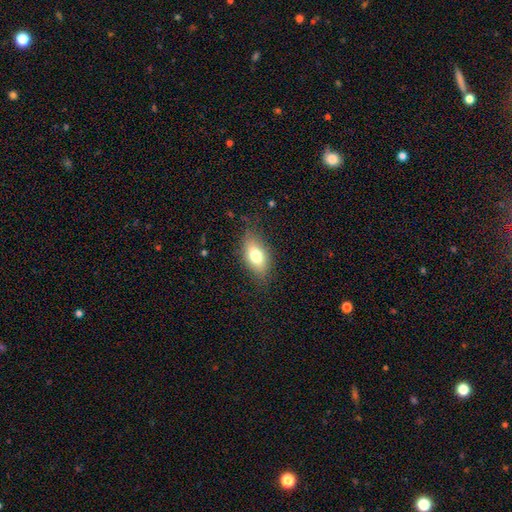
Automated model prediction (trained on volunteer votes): A smooth galaxy with no disk features (74%) that is in between round and cigar-shaped (86%). Merging: none (78%).